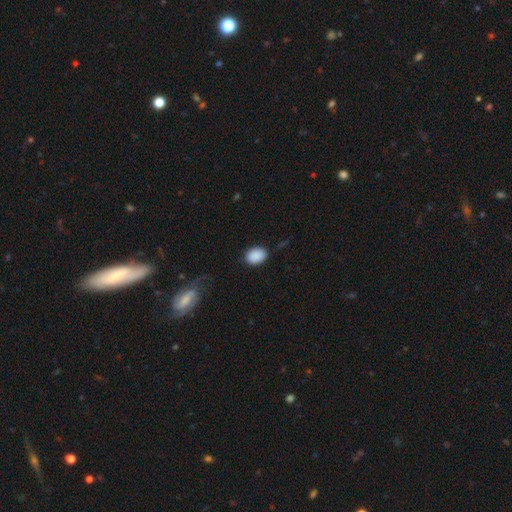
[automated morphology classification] smooth-or-featured: smooth: 90% | star or artifact: 7% | featured or disk: 3%
  how-rounded: in between: 75% | round: 24% | cigar-shaped: 1%
  merging: none: 83% | minor disturbance: 12% | major disturbance: 3% | merger: 2%